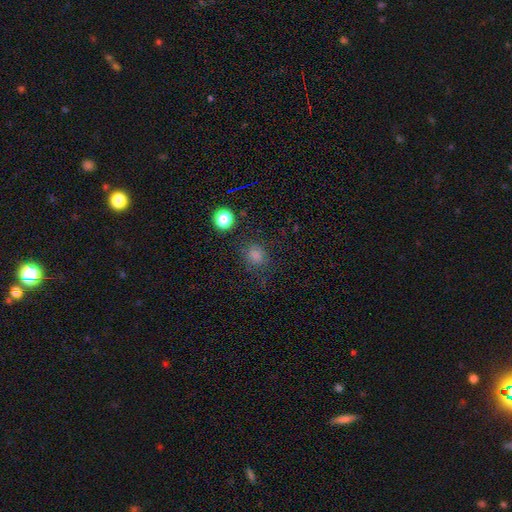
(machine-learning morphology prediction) A smooth galaxy with no disk features (71%) that is round (76%).

Vote fractions:
- Smooth or featured? smooth: 71% / star or artifact: 23% / featured or disk: 7%
- How rounded? round: 76% / in between: 23% / cigar-shaped: 1%
- Merging? none: 77% / minor disturbance: 14% / major disturbance: 6% / merger: 3%